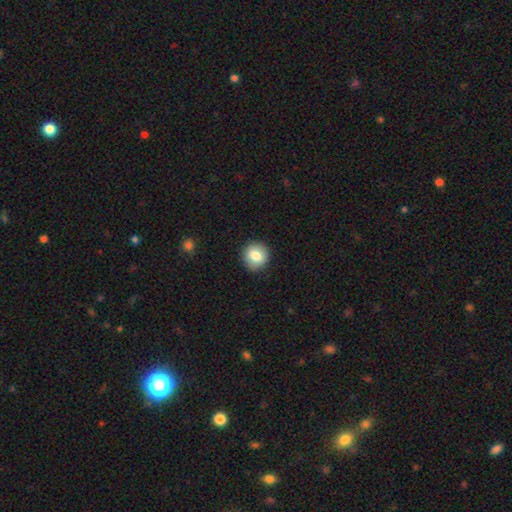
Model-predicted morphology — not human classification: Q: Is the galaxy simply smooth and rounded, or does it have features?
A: smooth — 83%.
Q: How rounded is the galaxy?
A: round — 90%.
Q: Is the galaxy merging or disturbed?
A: none — 91%.